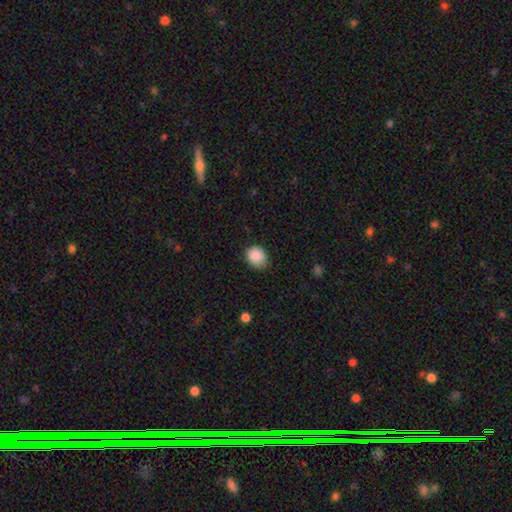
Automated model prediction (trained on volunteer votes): Overall: smooth (88%). How rounded: round (63%; in between 36%). Merging: none (74%).